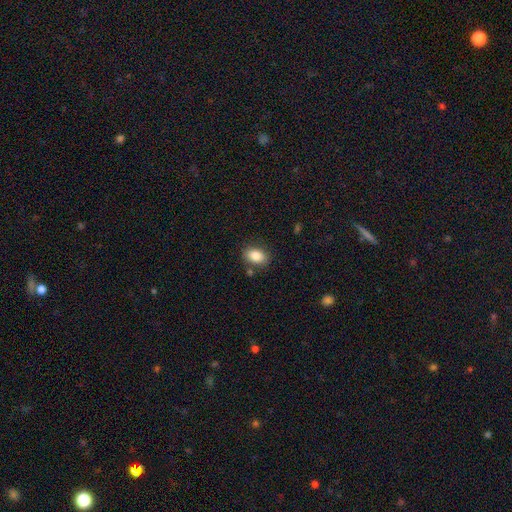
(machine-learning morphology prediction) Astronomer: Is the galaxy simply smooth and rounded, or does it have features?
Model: smooth — 85%.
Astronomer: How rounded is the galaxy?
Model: in between — 84%.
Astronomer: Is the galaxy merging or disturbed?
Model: none — 80%.